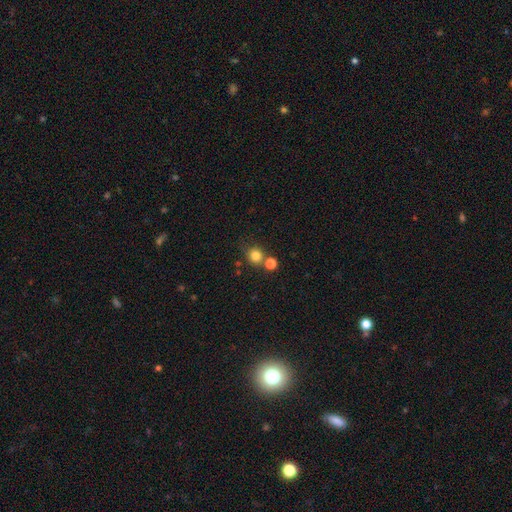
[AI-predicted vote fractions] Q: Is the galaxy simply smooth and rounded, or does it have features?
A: smooth — 80%.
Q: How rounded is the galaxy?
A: round — 88%.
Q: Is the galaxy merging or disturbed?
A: none — 64%.